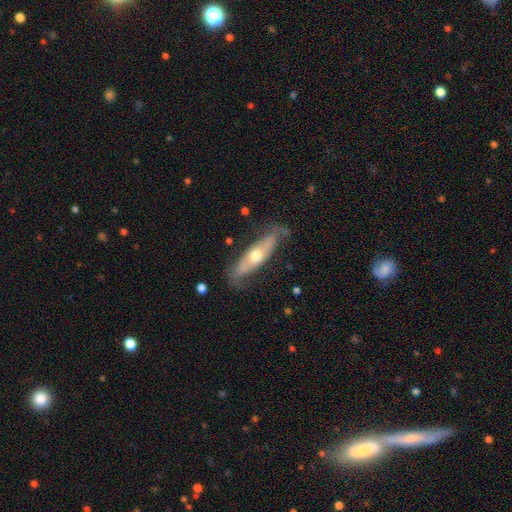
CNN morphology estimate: Smooth or featured? Predicted: featured or disk (p=0.65). Edge-on disk? Predicted: no (p=0.56). Merging? Predicted: none (p=0.73).